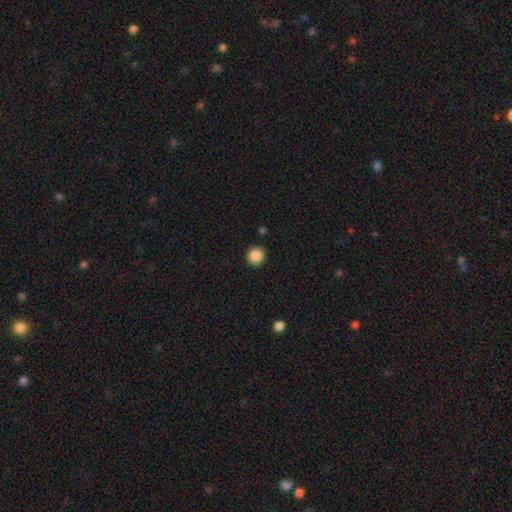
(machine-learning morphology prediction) Smooth or featured? smooth (87%)
How rounded? round (94%)
Merging? none (92%)